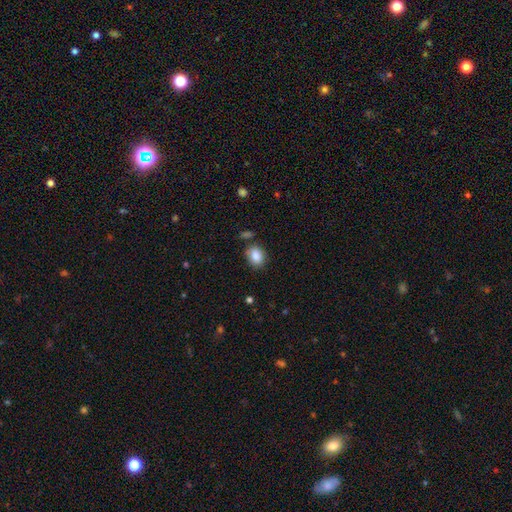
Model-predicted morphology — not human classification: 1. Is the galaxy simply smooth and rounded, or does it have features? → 85% smooth, 8% star or artifact, 6% featured or disk.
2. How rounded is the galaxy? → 58% in between, 41% round, 1% cigar-shaped.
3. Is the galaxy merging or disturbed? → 75% none, 16% minor disturbance, 6% merger, 4% major disturbance.